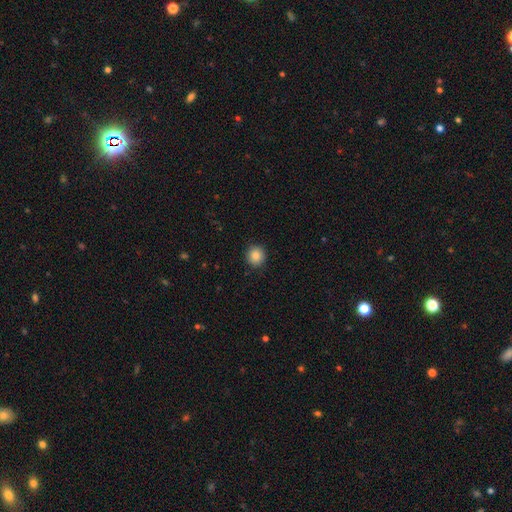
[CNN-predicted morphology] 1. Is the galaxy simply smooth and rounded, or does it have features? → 86% smooth, 9% star or artifact, 4% featured or disk.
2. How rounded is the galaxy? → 91% round, 8% in between, 1% cigar-shaped.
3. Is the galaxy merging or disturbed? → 91% none, 6% minor disturbance, 2% major disturbance, 1% merger.